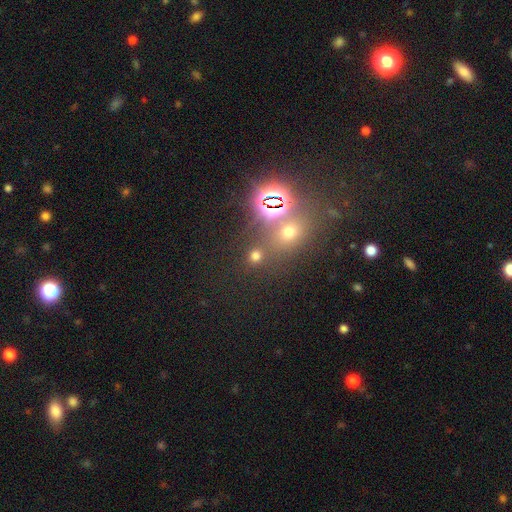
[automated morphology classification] Smooth or featured?
  - smooth: 60% *
  - star or artifact: 34%
  - featured or disk: 6%
How rounded?
  - round: 86% *
  - in between: 13%
  - cigar-shaped: 1%
Merging?
  - none: 74% *
  - merger: 14%
  - minor disturbance: 7%
  - major disturbance: 4%